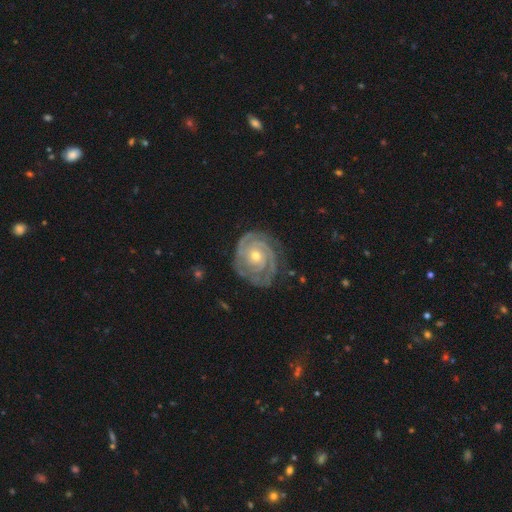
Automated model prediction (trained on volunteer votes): This appears to be a featured or disk galaxy (90%) with no bar (74%), 2 (32%) tight (82%) spiral arms (98%) and a small central bulge (49%). Merging: none (74%).